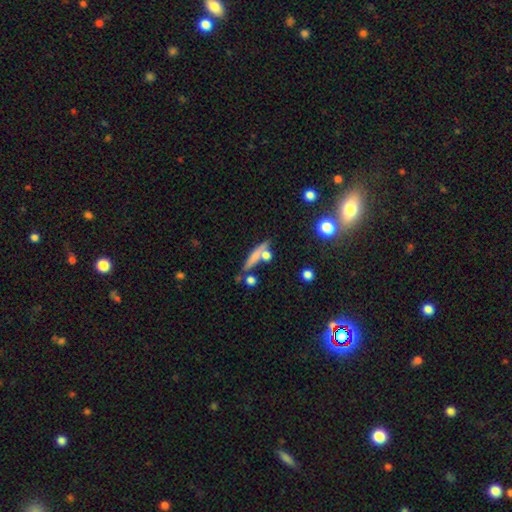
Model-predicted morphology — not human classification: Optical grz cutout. It shows a smooth galaxy with no disk features (61%) that is cigar-shaped (79%). Merging: none (59%).